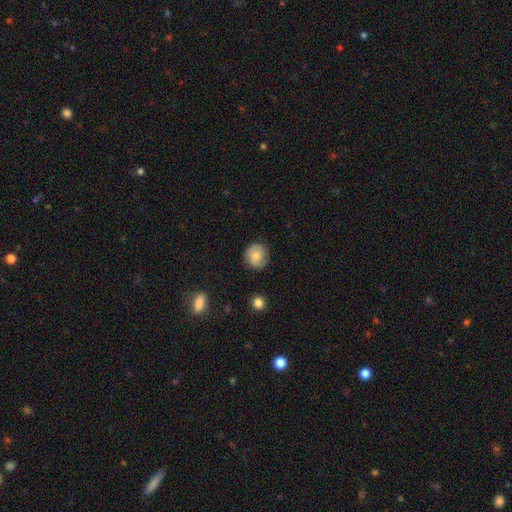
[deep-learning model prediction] Morphology: type=smooth (67%); roundness=round (88%); merging=none (79%).